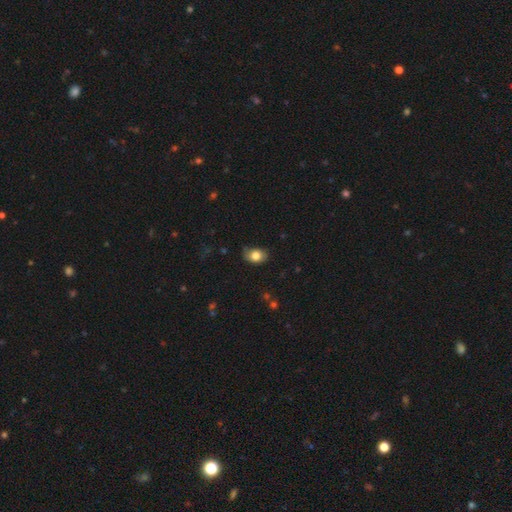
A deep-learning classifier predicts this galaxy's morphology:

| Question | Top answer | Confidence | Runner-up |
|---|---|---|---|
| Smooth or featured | smooth | 82% | featured or disk (10%) |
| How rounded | in between | 74% | round (25%) |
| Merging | none | 73% | minor disturbance (22%) |